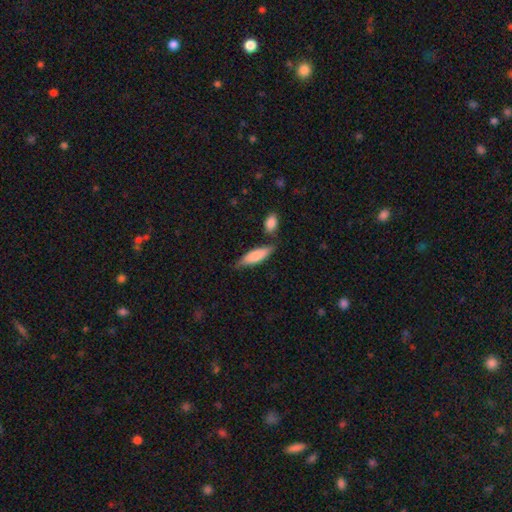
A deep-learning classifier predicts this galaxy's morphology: Smooth or featured? Predicted: smooth (p=0.75). How rounded? Predicted: cigar-shaped (p=0.57). Merging? Predicted: none (p=0.67).